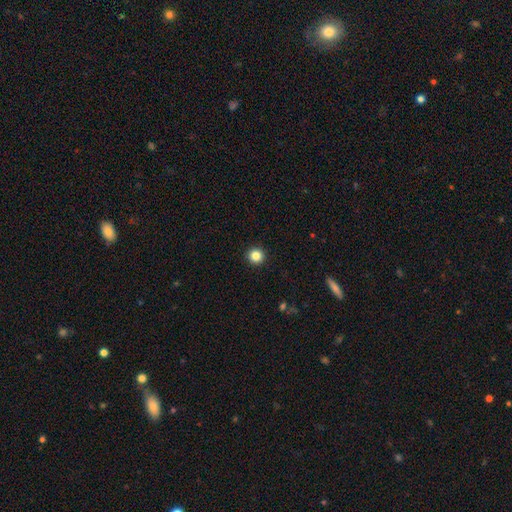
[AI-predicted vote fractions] Smooth or featured: smooth — 84% (star or artifact — 11%)
How rounded: round — 95% (in between — 4%)
Merging: none — 94% (minor disturbance — 4%)